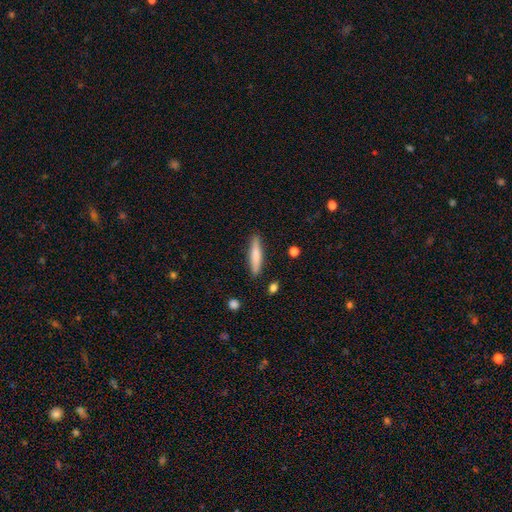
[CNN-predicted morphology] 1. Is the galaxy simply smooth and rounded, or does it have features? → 73% smooth, 21% featured or disk, 6% star or artifact.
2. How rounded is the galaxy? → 86% cigar-shaped, 13% in between, 1% round.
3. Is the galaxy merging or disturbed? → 87% none, 10% minor disturbance, 2% major disturbance, 2% merger.